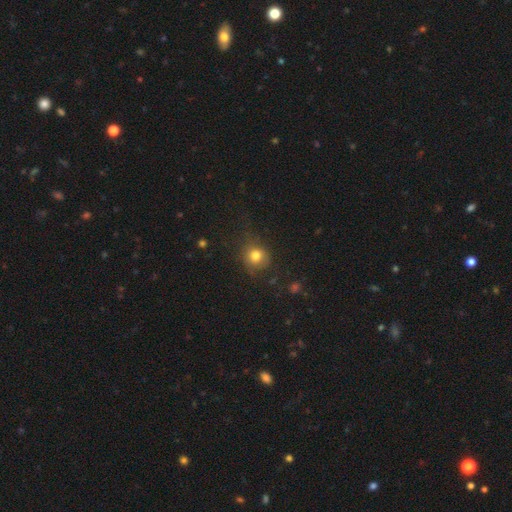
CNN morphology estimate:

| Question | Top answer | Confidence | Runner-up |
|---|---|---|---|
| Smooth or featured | smooth | 78% | star or artifact (13%) |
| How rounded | round | 82% | in between (17%) |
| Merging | none | 68% | minor disturbance (20%) |